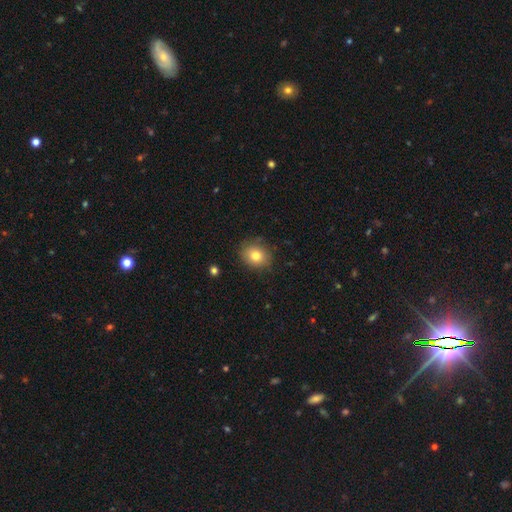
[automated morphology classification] Smooth or featured: smooth — 79% (star or artifact — 10%)
How rounded: round — 68% (in between — 31%)
Merging: none — 83% (minor disturbance — 13%)